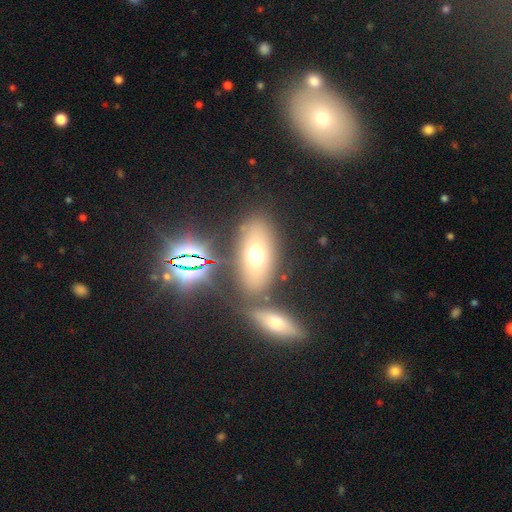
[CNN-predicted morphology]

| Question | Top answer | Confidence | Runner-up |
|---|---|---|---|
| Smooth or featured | smooth | 57% | featured or disk (23%) |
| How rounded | in between | 81% | cigar-shaped (10%) |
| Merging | none | 70% | merger (16%) |